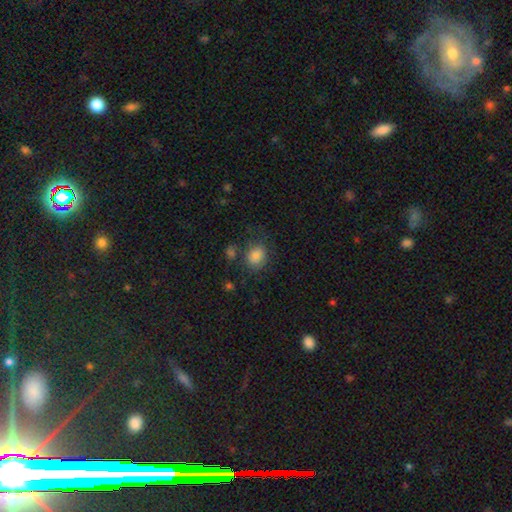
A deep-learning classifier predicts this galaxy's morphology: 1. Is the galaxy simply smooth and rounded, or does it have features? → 82% smooth, 10% star or artifact, 7% featured or disk.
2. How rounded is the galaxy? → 58% round, 41% in between, 1% cigar-shaped.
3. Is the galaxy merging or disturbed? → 70% none, 16% minor disturbance, 7% merger, 7% major disturbance.